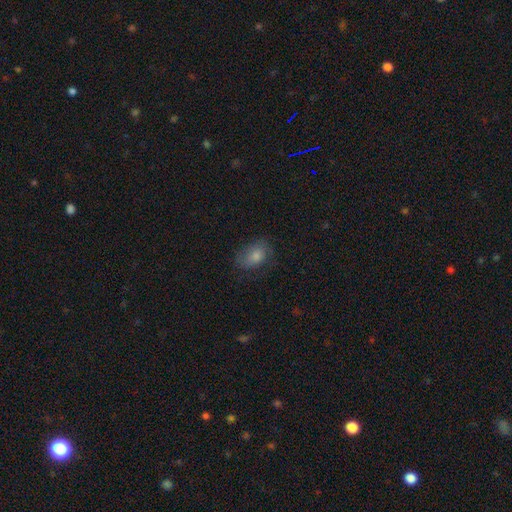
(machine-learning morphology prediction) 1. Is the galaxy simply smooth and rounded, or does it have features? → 60% smooth, 25% featured or disk, 15% star or artifact.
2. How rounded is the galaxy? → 76% in between, 22% round, 2% cigar-shaped.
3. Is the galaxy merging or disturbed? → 70% none, 20% minor disturbance, 9% major disturbance, 1% merger.